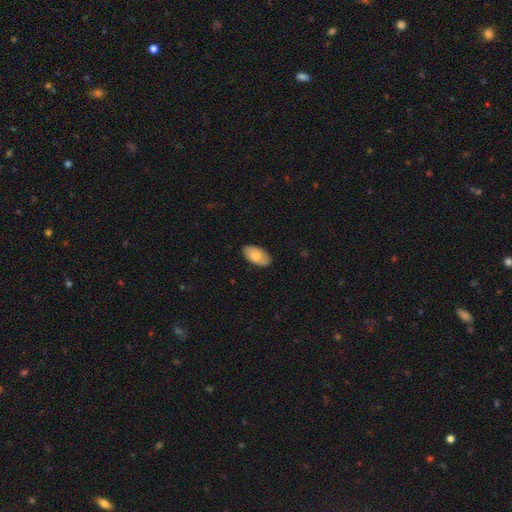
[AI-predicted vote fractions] smooth 72%, featured or disk 22%, star or artifact 6%. Down the decision tree: how rounded — in between (95%); merging — none (86%).